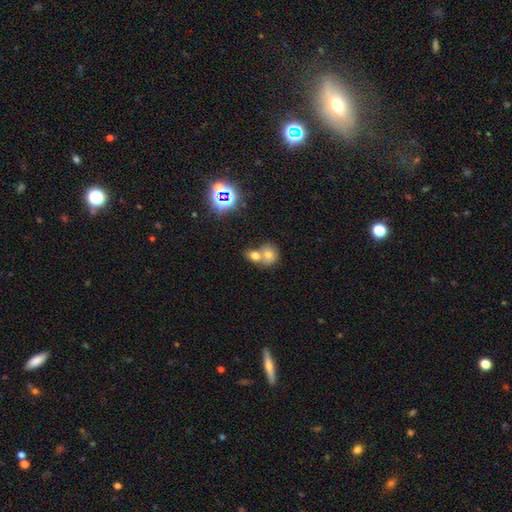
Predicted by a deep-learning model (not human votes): Overall: smooth (69%). How rounded: round (62%; in between 36%). Merging: merger (65%; none 27%).